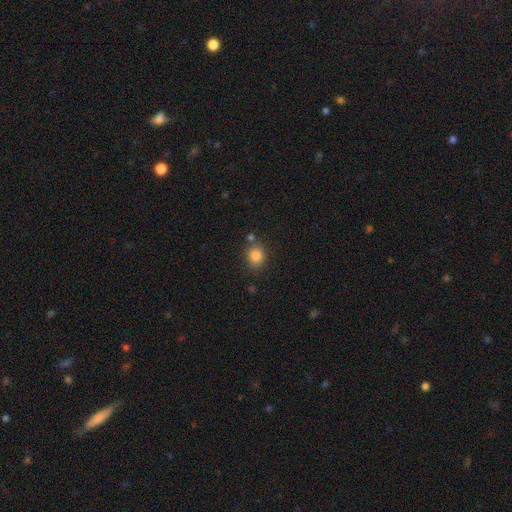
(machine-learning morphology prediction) A smooth galaxy with no disk features (83%) that is round (70%). Merging: none (77%).